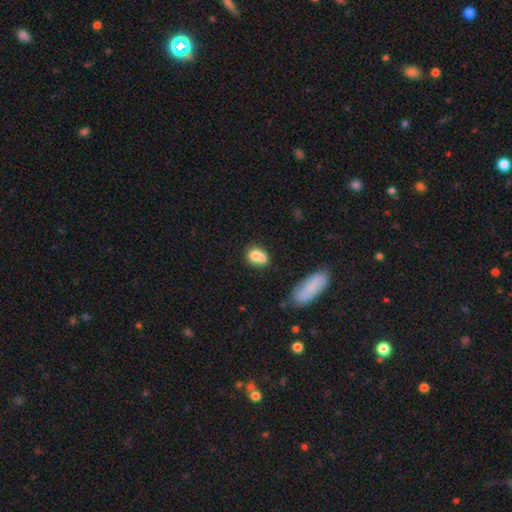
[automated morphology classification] The model was most divided on "merging": none: 38%, merger: 37%, minor disturbance: 18%, major disturbance: 7%. More confident: smooth or featured — smooth (76%); how rounded — in between (65%).